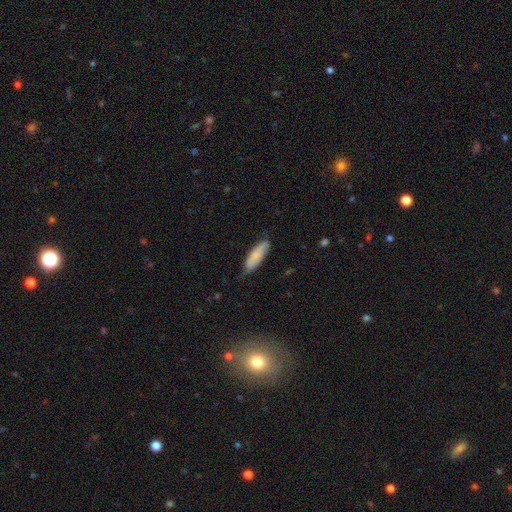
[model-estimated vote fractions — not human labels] smooth 74%, featured or disk 20%, star or artifact 6%. Down the decision tree: how rounded — in between (56%); merging — none (65%).